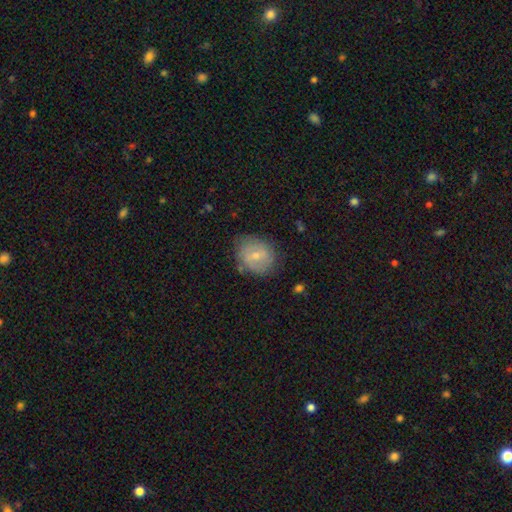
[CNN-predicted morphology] This appears to be a smooth galaxy with no disk features (51%) that is round (60%). Merging: none (72%).